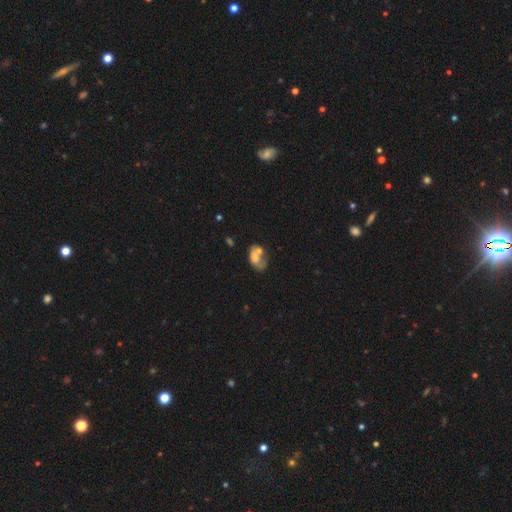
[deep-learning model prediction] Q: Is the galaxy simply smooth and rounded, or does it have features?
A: smooth — 54%.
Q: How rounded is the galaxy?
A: in between — 83%.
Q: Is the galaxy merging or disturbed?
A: merger — 45%.